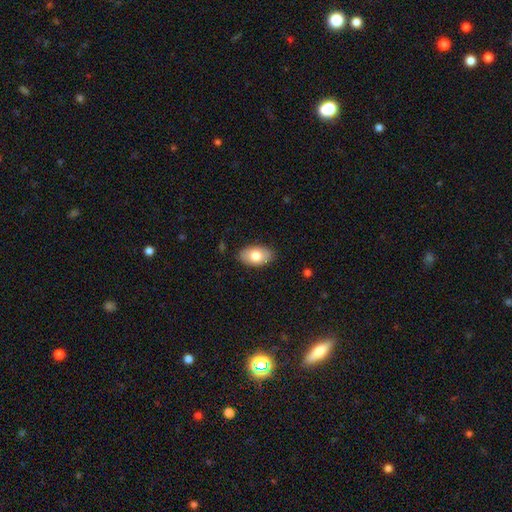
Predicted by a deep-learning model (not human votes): This appears to be a smooth galaxy with no disk features (77%) that is in between round and cigar-shaped (93%). Merging: none (86%).